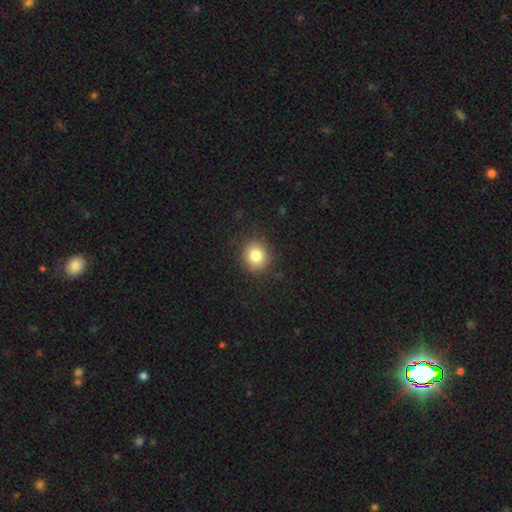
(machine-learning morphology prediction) The model was most divided on "smooth or featured": smooth: 81%, star or artifact: 11%, featured or disk: 8%. More confident: merging — none (88%); how rounded — round (85%).